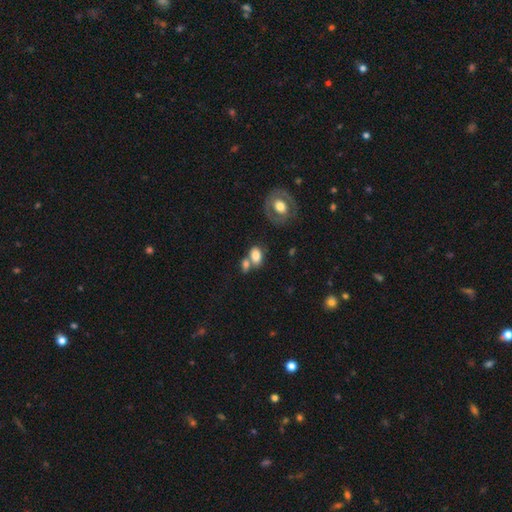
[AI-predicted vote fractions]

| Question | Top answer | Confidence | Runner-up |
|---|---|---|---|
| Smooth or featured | smooth | 78% | featured or disk (14%) |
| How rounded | in between | 82% | round (16%) |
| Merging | merger | 42% | none (41%) |